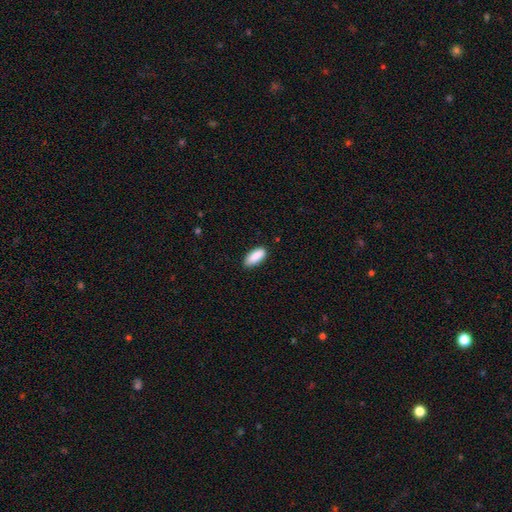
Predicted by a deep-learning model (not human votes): smooth 90%, star or artifact 6%, featured or disk 4%. Down the decision tree: how rounded — in between (84%); merging — none (85%).